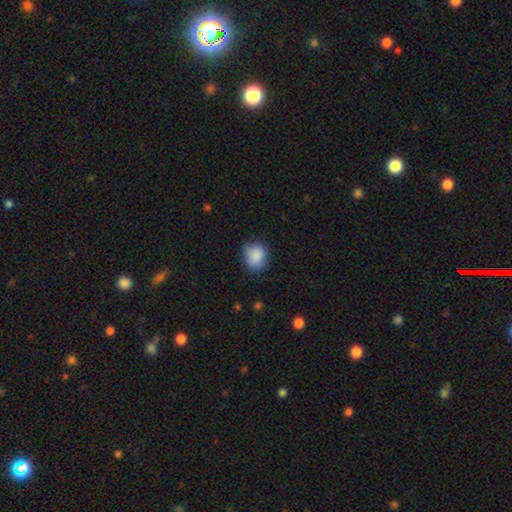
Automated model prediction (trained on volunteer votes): Morphology: type=smooth (87%); roundness=round (60%); merging=none (74%).